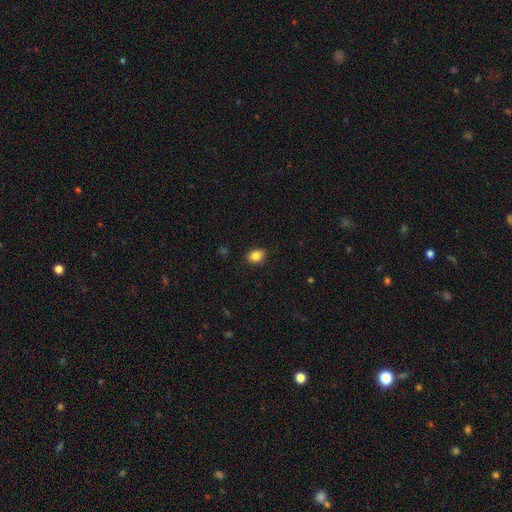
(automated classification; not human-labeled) Overall: smooth (86%). How rounded: in between (67%; round 32%). Merging: none (88%).